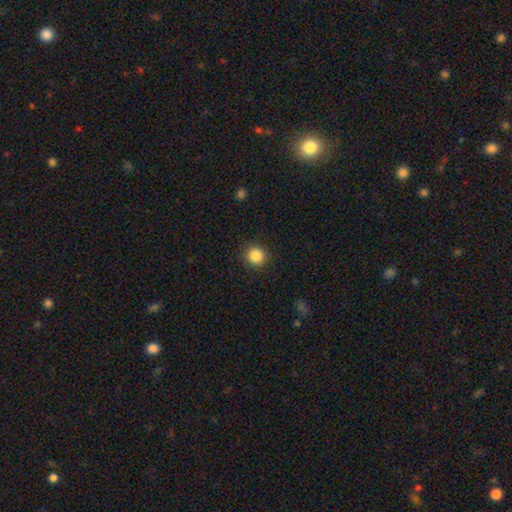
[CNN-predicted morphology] Overall: smooth (86%). How rounded: round (92%). Merging: none (91%).